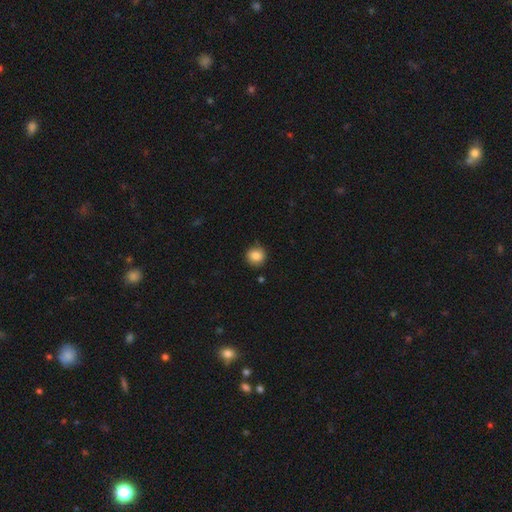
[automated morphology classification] smooth_or_featured: smooth (p=0.85) [alt: star or artifact p=0.09]
how_rounded: round (p=0.90) [alt: in between p=0.09]
merging: none (p=0.85) [alt: minor disturbance p=0.11]